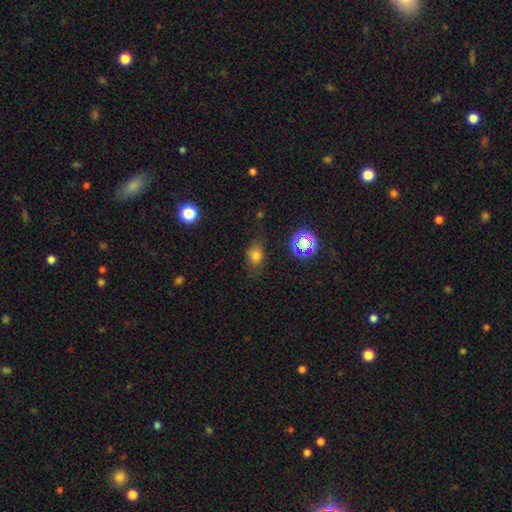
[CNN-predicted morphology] This is likely a smooth galaxy (71%). How rounded: likely in between (70%). Merging: likely none (73%).